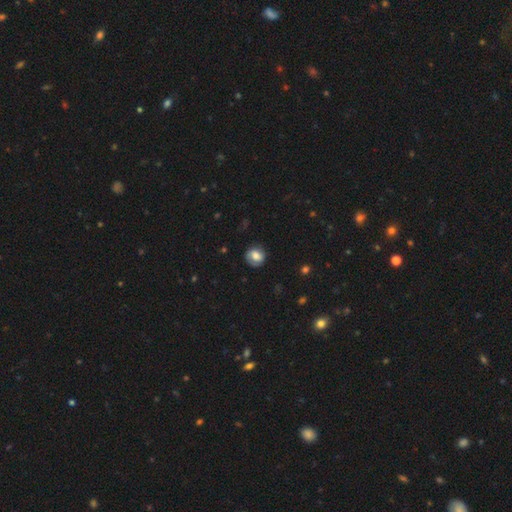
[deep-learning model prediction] smooth-or-featured: smooth: 65% | featured or disk: 27% | star or artifact: 8%
  how-rounded: round: 80% | in between: 19% | cigar-shaped: 1%
  merging: none: 77% | minor disturbance: 16% | major disturbance: 5% | merger: 1%